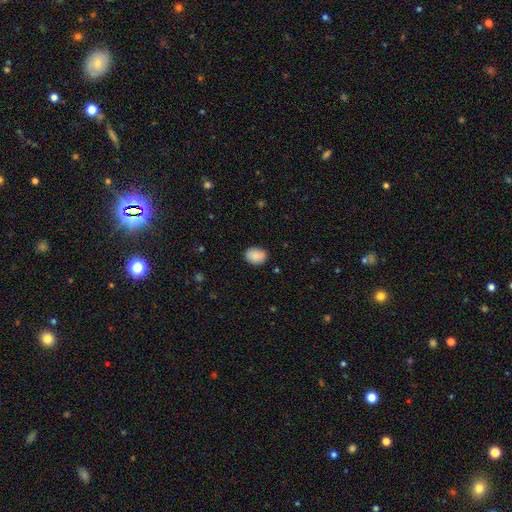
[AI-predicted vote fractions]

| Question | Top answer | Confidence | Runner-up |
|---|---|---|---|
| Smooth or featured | smooth | 87% | star or artifact (7%) |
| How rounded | in between | 66% | round (33%) |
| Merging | none | 85% | minor disturbance (12%) |